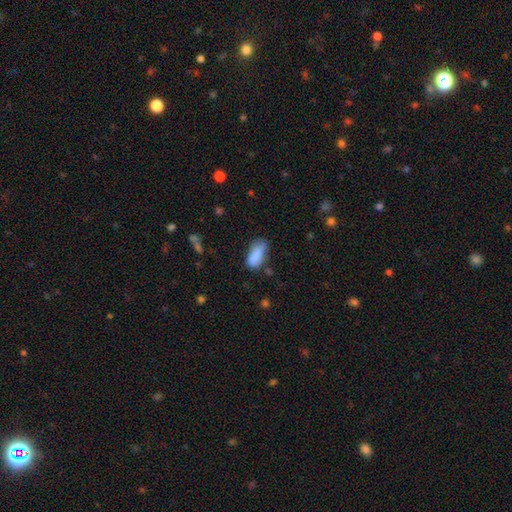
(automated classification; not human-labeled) This is clearly a smooth galaxy (85%). How rounded: clearly in between (88%). Merging: possibly none (58%).